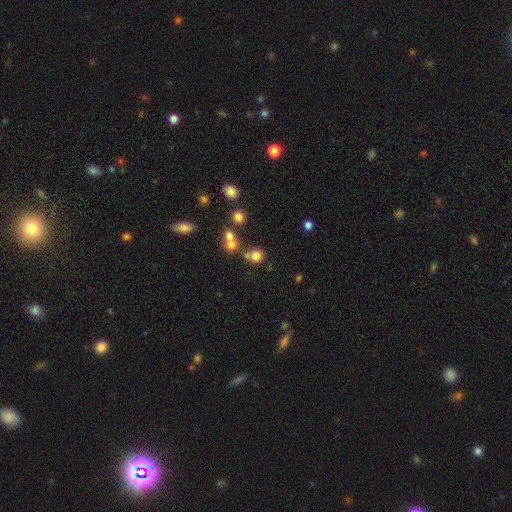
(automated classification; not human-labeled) A smooth galaxy with no disk features (74%) that is round (87%). Merging: none (60%).